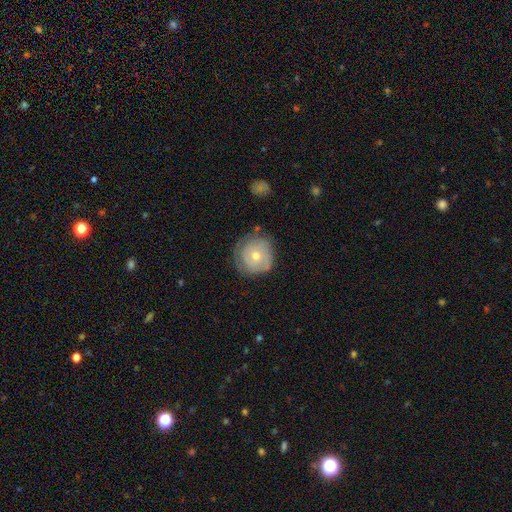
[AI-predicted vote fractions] Smooth or featured? Predicted: featured or disk (p=0.51). Edge-on disk? Predicted: no (p=0.96). Merging? Predicted: none (p=0.65).